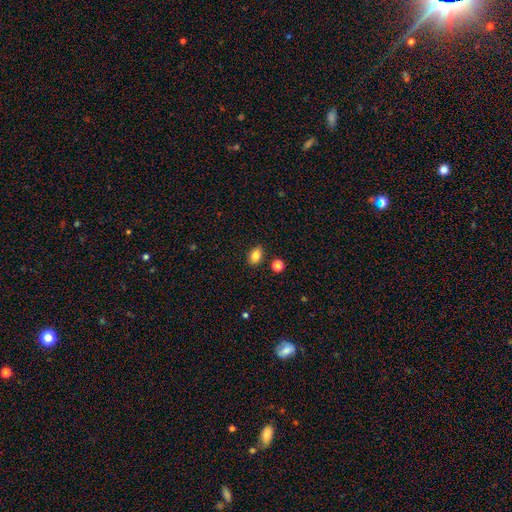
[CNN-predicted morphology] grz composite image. It shows a smooth galaxy with no disk features (84%) that is in between round and cigar-shaped (84%). Merging: none (86%).